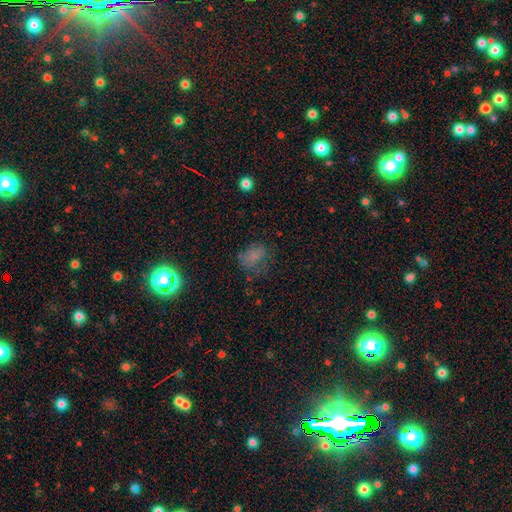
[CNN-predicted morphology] smooth-or-featured: smooth: 64% | star or artifact: 20% | featured or disk: 16%
  how-rounded: in between: 61% | round: 37% | cigar-shaped: 2%
  merging: none: 50% | minor disturbance: 25% | major disturbance: 22% | merger: 3%